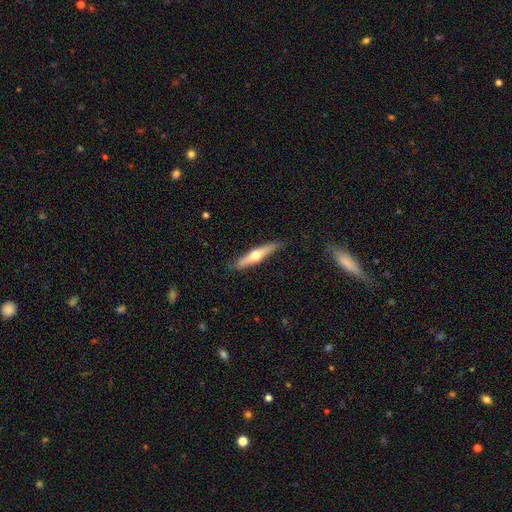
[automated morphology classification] smooth_or_featured: featured or disk (p=0.54) [alt: smooth p=0.41]
disk_edge_on: yes (p=0.92) [alt: no p=0.08]
merging: none (p=0.85) [alt: minor disturbance p=0.12]